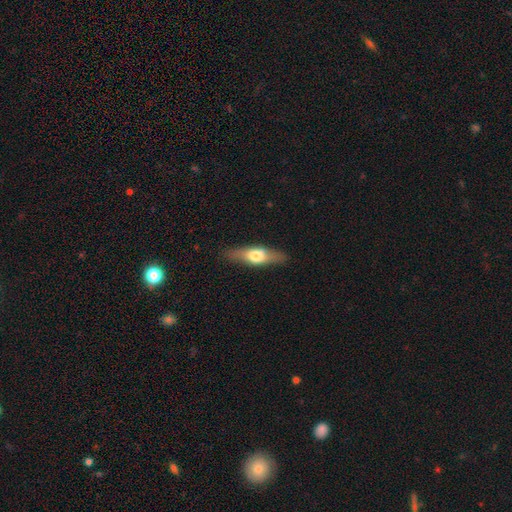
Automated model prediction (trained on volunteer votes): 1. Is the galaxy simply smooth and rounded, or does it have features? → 51% smooth, 44% featured or disk, 6% star or artifact.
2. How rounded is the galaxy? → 51% cigar-shaped, 46% in between, 4% round.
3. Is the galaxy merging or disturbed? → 86% none, 10% minor disturbance, 3% major disturbance, 1% merger.